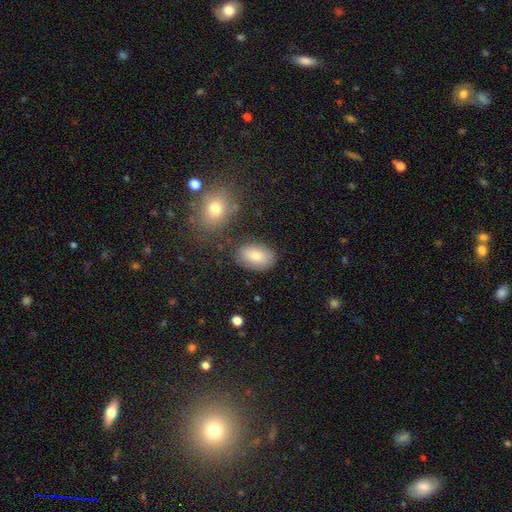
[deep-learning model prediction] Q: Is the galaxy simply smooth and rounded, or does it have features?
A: smooth — 79%.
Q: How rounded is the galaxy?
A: in between — 88%.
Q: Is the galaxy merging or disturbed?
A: none — 79%.